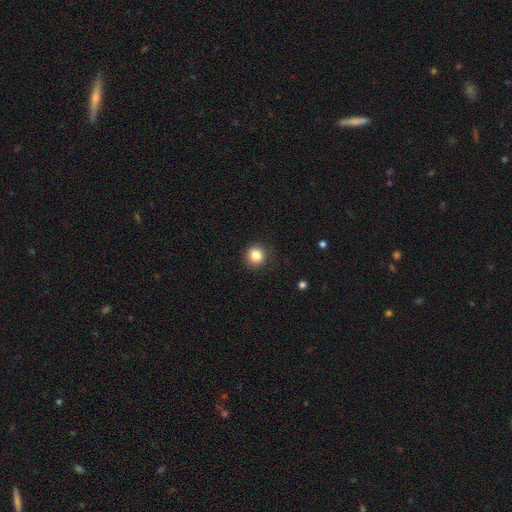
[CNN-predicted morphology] Smooth or featured? smooth (83%)
How rounded? round (89%)
Merging? none (88%)